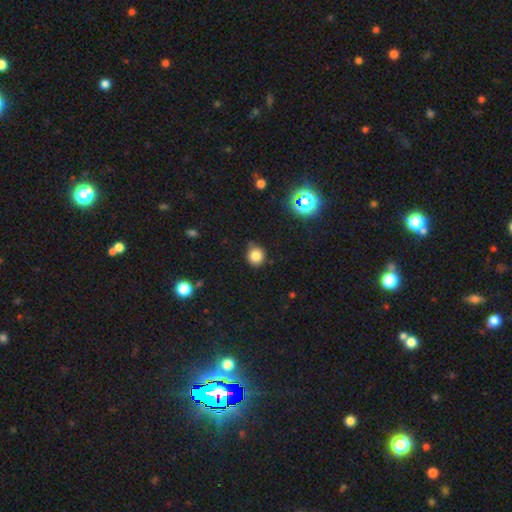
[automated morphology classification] Smooth or featured: smooth — 81% (star or artifact — 14%)
How rounded: round — 86% (in between — 13%)
Merging: none — 77% (minor disturbance — 18%)